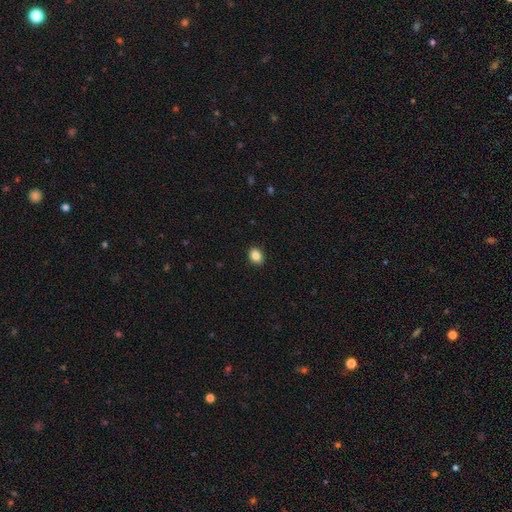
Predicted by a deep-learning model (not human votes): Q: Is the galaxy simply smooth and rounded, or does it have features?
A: smooth — 86%.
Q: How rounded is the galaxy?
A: in between — 53%.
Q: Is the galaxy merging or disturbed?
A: none — 91%.